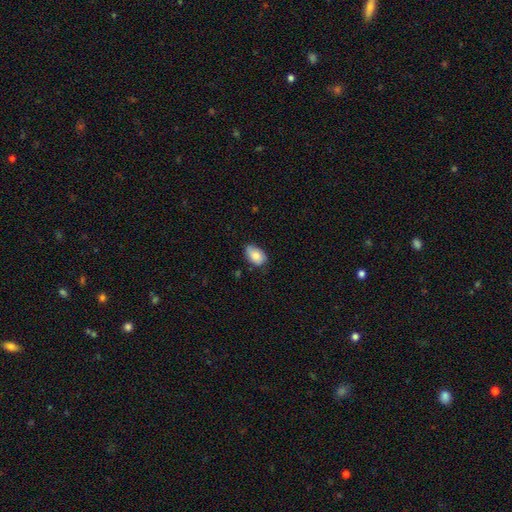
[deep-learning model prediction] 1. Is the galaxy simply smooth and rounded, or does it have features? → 81% smooth, 12% featured or disk, 7% star or artifact.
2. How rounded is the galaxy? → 89% in between, 10% round, 1% cigar-shaped.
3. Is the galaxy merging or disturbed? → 68% none, 27% minor disturbance, 4% major disturbance, 1% merger.